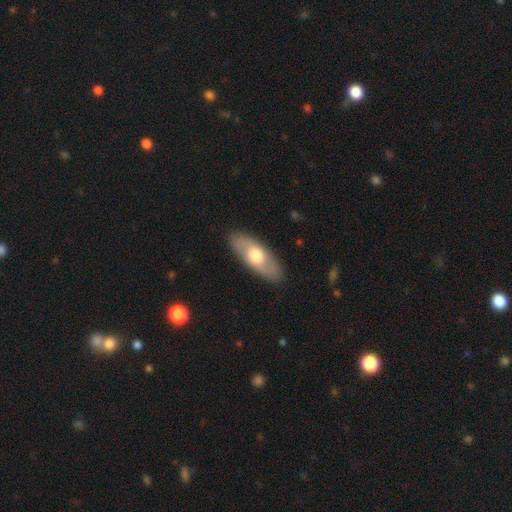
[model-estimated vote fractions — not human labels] The model was most divided on "smooth or featured": smooth: 54%, featured or disk: 41%, star or artifact: 5%. More confident: merging — none (87%); how rounded — in between (77%).